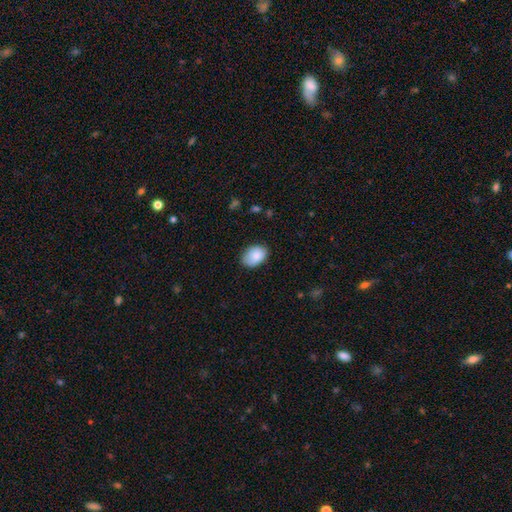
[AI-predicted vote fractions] Morphology: type=smooth (86%); roundness=in between (84%); merging=none (76%).